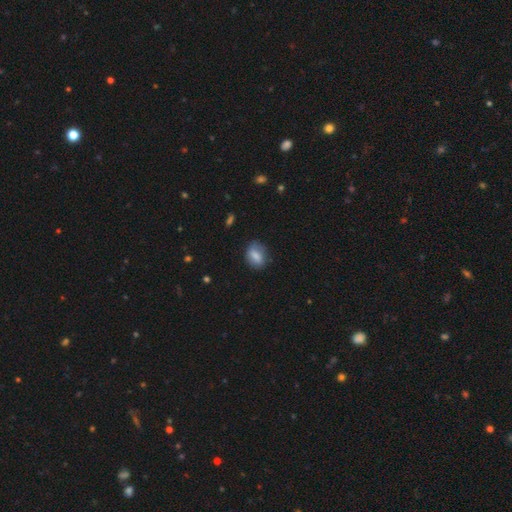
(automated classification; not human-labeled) Overall: smooth (78%). How rounded: in between (70%). Merging: none (70%).